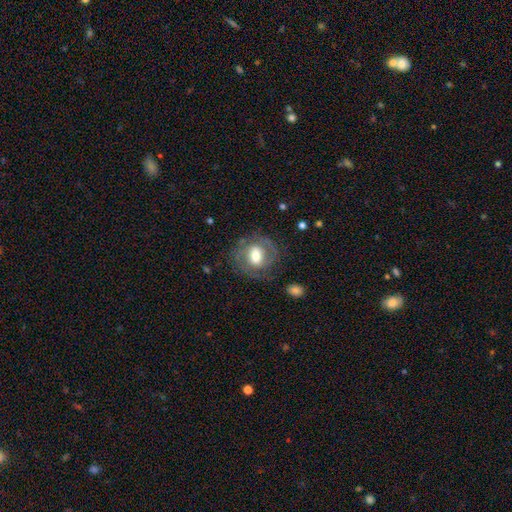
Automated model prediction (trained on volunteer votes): featured or disk 55%, smooth 38%, star or artifact 7%. Down the decision tree: edge-on disk — no (96%); bar — weak (45%); spiral arms — yes (68%); bulge size — moderate (55%); merging — none (71%).